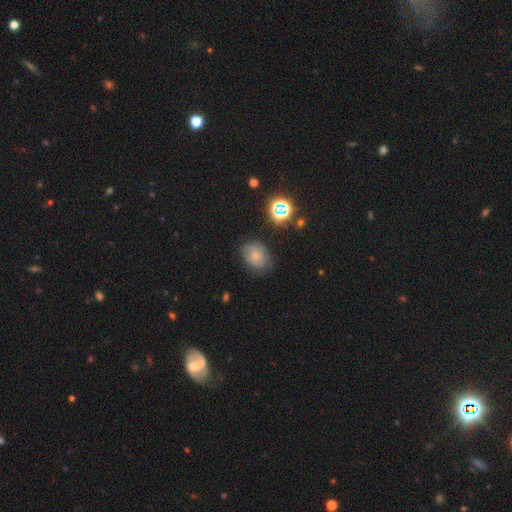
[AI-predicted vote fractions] This is possibly a smooth galaxy (58%). How rounded: possibly in between (56%). Merging: likely none (69%).